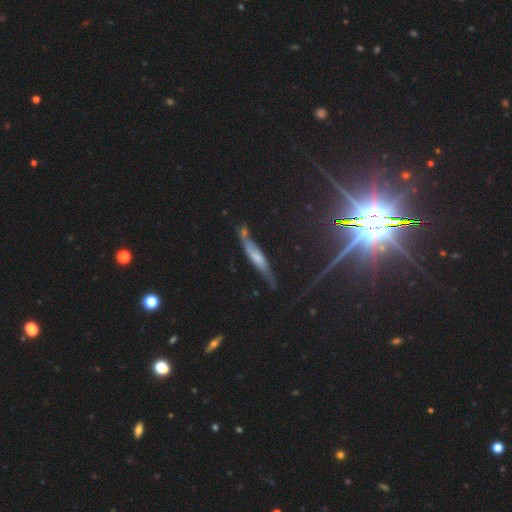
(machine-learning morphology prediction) Q: Smooth or featured?
A: featured or disk (58%); runner-up: smooth (26%)
Q: Edge-on disk?
A: yes (75%); runner-up: no (25%)
Q: Merging?
A: none (65%); runner-up: minor disturbance (24%)